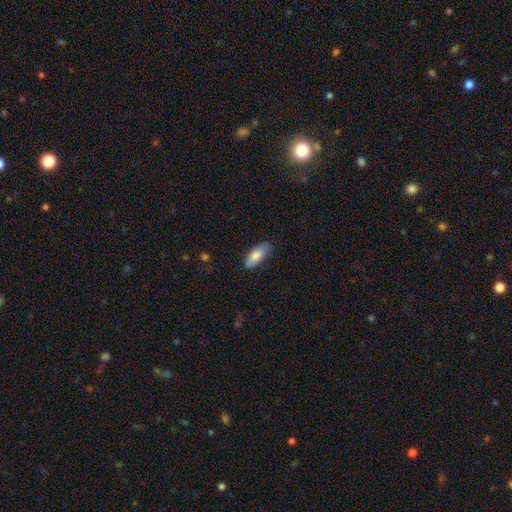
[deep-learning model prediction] Morphology: type=smooth (80%); roundness=in between (84%); merging=none (78%).